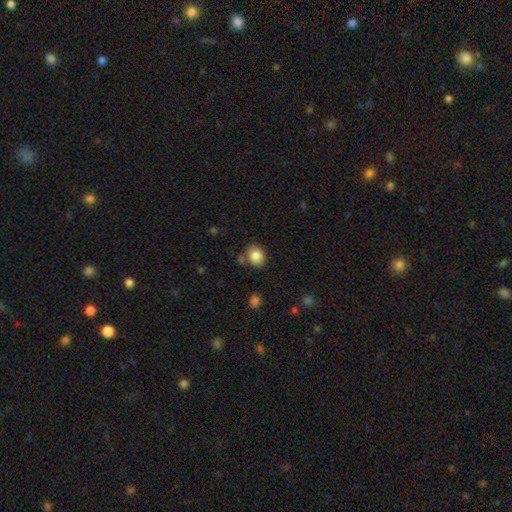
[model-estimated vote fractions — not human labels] The model was most divided on "how rounded": round: 75%, in between: 25%, cigar-shaped: 1%. More confident: smooth or featured — smooth (84%); merging — none (76%).